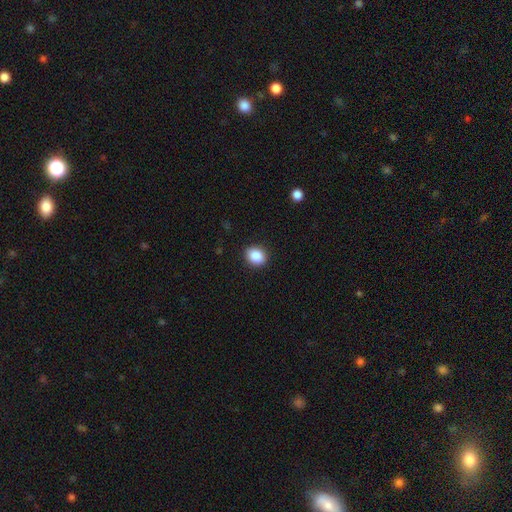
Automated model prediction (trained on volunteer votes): Smooth or featured? smooth (87%)
How rounded? round (56%)
Merging? none (91%)